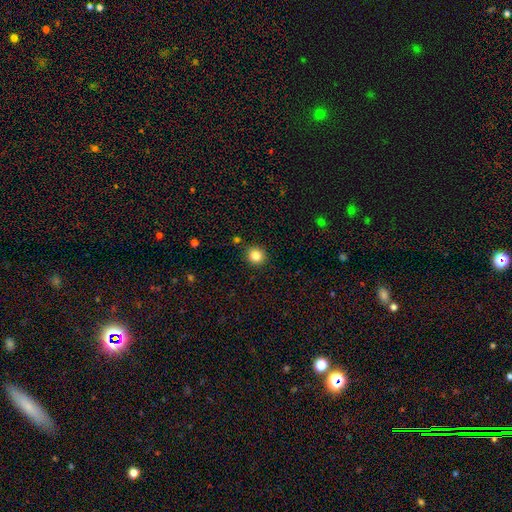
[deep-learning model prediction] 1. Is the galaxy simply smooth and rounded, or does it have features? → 85% smooth, 11% star or artifact, 5% featured or disk.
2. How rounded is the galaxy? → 88% round, 11% in between, 1% cigar-shaped.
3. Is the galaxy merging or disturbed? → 88% none, 8% minor disturbance, 3% merger, 2% major disturbance.